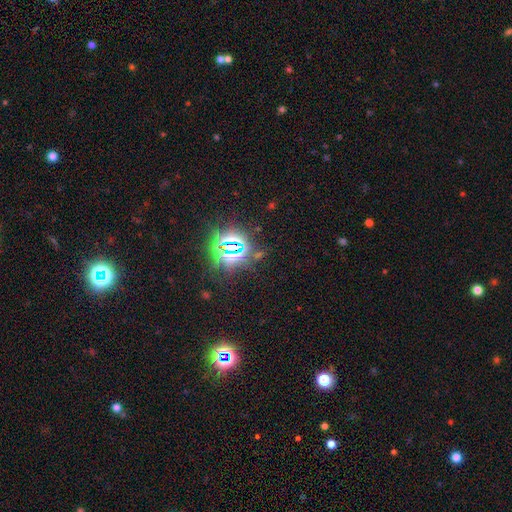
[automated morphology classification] type=star or artifact (83%).